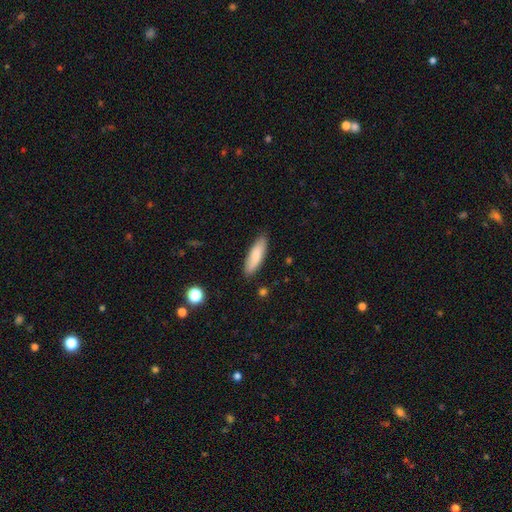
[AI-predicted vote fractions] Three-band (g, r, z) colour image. It shows a smooth galaxy with no disk features (82%) that is cigar-shaped (51%). Merging: none (85%).